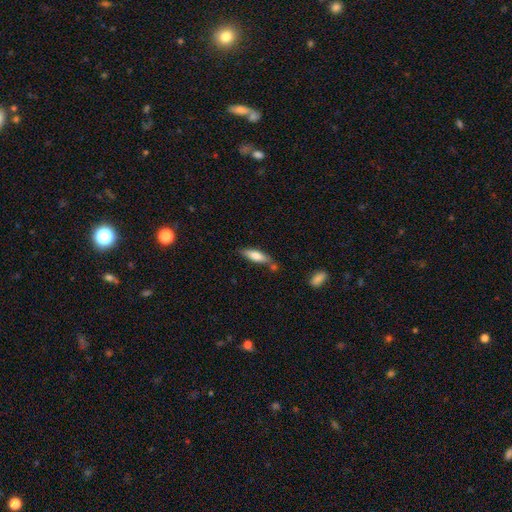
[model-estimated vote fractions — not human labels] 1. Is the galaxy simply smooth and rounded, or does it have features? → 75% smooth, 19% featured or disk, 6% star or artifact.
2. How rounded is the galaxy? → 50% in between, 48% cigar-shaped, 2% round.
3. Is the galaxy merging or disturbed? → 58% none, 23% minor disturbance, 13% merger, 6% major disturbance.